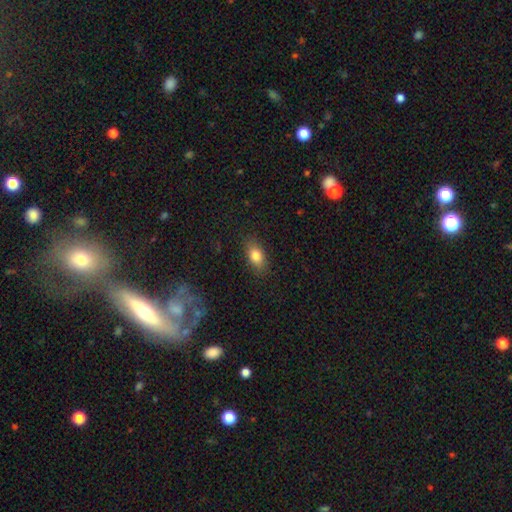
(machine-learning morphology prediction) Q: Smooth or featured?
A: smooth (81%); runner-up: featured or disk (10%)
Q: How rounded?
A: in between (85%); runner-up: round (9%)
Q: Merging?
A: none (85%); runner-up: minor disturbance (11%)